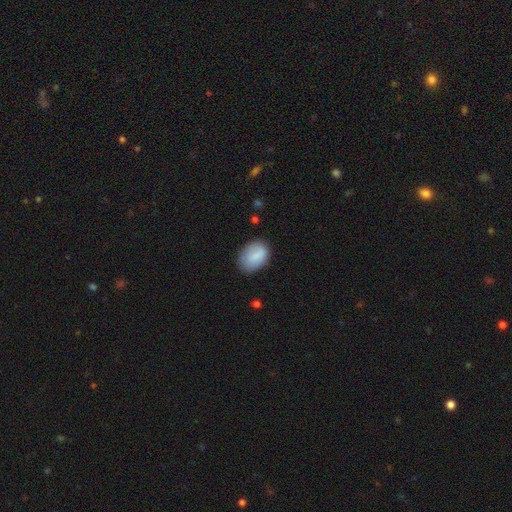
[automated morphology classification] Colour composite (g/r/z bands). It shows a smooth galaxy with no disk features (80%) that is in between round and cigar-shaped (84%). Merging: none (73%).